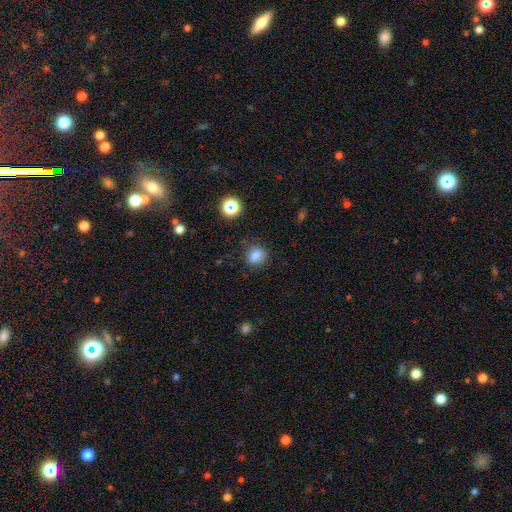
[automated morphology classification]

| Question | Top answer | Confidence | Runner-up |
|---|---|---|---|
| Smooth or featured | smooth | 82% | star or artifact (13%) |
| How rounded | round | 72% | in between (27%) |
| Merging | none | 82% | minor disturbance (12%) |